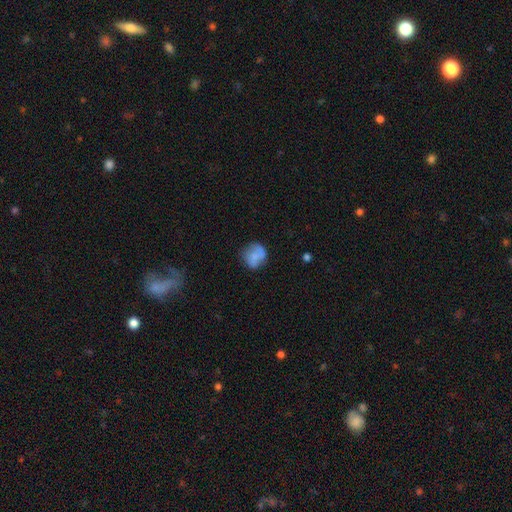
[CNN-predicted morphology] Smooth or featured?
  - smooth: 69% *
  - featured or disk: 23%
  - star or artifact: 9%
How rounded?
  - round: 80% *
  - in between: 19%
  - cigar-shaped: 1%
Merging?
  - none: 59% *
  - minor disturbance: 25%
  - major disturbance: 10%
  - merger: 6%